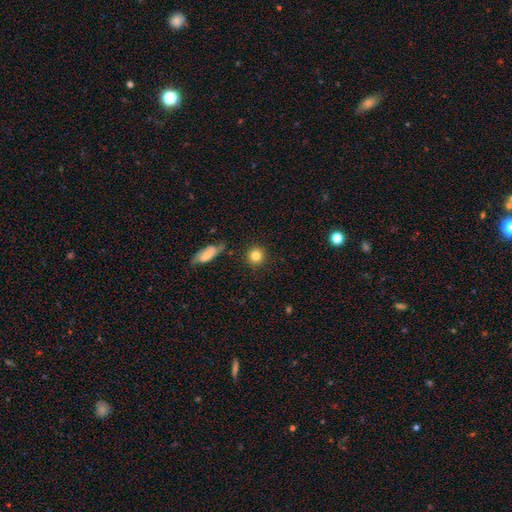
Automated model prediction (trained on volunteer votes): Smooth or featured: smooth — 83% (star or artifact — 10%)
How rounded: round — 91% (in between — 8%)
Merging: none — 87% (minor disturbance — 8%)